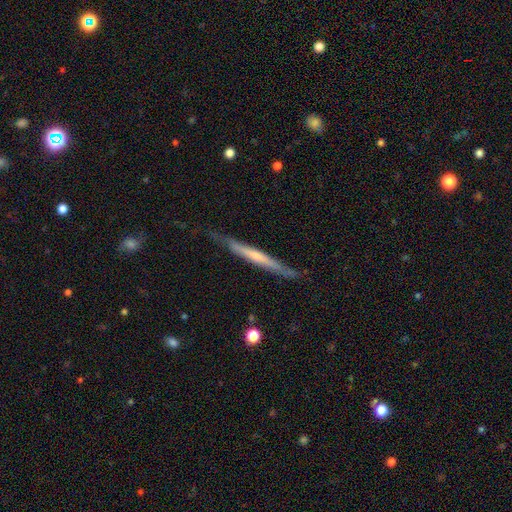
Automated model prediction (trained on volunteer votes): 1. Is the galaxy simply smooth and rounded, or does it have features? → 61% featured or disk, 34% smooth, 5% star or artifact.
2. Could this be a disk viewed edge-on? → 94% yes, 6% no.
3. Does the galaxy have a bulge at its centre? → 58% none, 36% rounded, 7% boxy.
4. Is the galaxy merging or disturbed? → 75% none, 20% minor disturbance, 4% major disturbance, 2% merger.